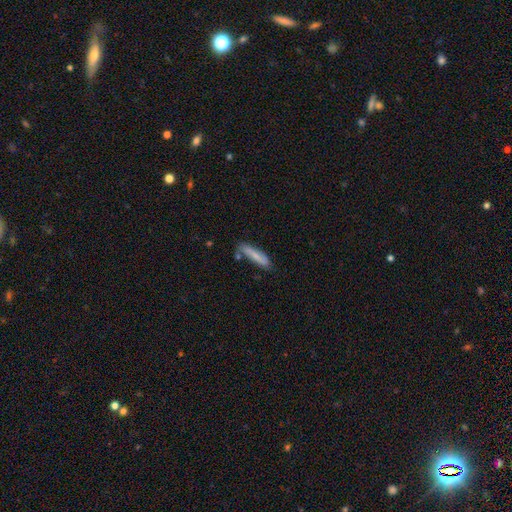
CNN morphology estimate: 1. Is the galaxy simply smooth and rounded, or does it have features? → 72% smooth, 21% featured or disk, 6% star or artifact.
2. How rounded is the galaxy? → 79% cigar-shaped, 20% in between, 2% round.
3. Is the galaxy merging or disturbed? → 66% none, 22% minor disturbance, 8% merger, 5% major disturbance.